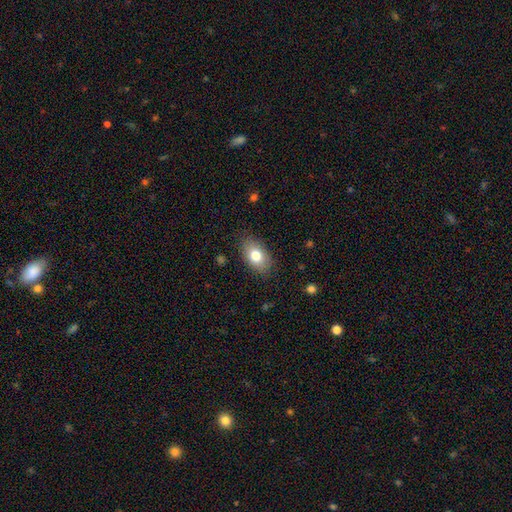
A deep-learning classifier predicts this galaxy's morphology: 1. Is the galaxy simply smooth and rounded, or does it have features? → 78% smooth, 14% featured or disk, 8% star or artifact.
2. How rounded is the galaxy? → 88% in between, 10% round, 2% cigar-shaped.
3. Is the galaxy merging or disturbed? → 84% none, 12% minor disturbance, 3% major disturbance, 1% merger.